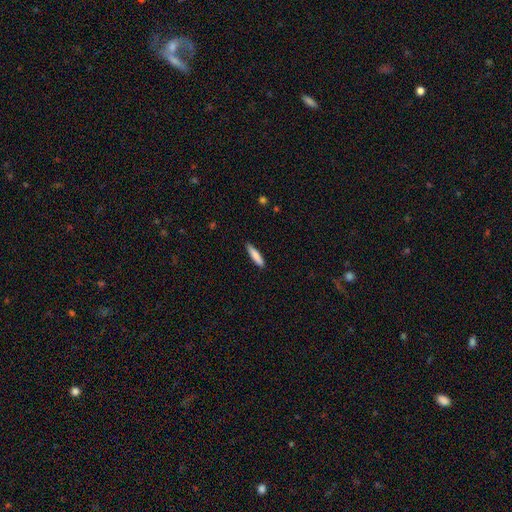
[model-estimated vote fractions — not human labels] smooth-or-featured: smooth: 83% | featured or disk: 11% | star or artifact: 6%
  how-rounded: cigar-shaped: 82% | in between: 17% | round: 1%
  merging: none: 86% | minor disturbance: 11% | major disturbance: 2% | merger: 1%